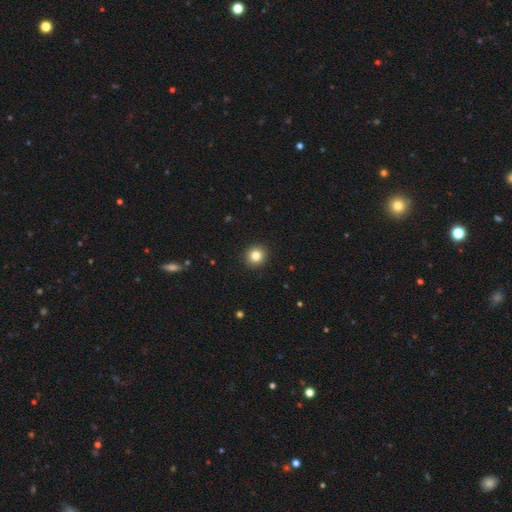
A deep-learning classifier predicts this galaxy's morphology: Overall: smooth (83%). How rounded: round (91%). Merging: none (93%).